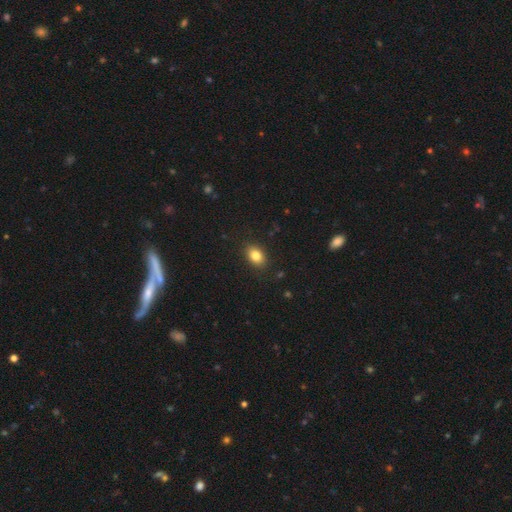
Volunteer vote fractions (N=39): Smooth or featured? 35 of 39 (90%) said smooth. How rounded? 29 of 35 (83%) said in between. Merging? 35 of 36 (97%) said none.